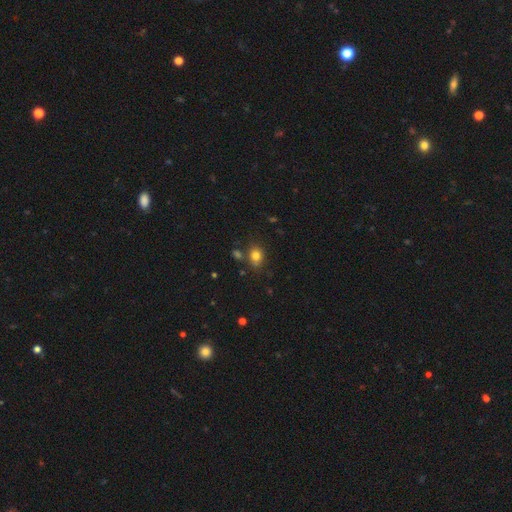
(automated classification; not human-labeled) smooth-or-featured: smooth: 80% | star or artifact: 13% | featured or disk: 8%
  how-rounded: round: 50% | in between: 49% | cigar-shaped: 1%
  merging: none: 72% | minor disturbance: 15% | merger: 9% | major disturbance: 4%